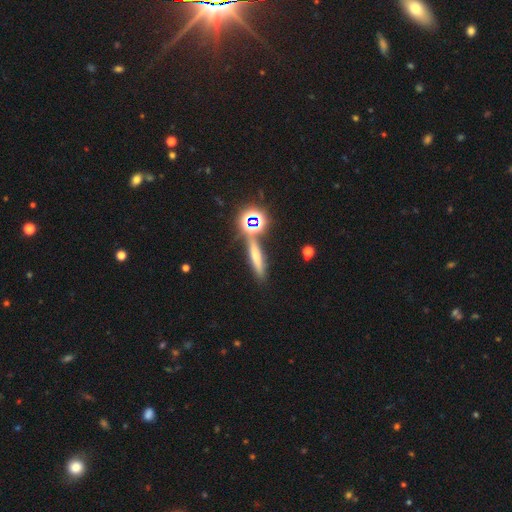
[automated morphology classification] Overall: smooth (50%; star or artifact 27%). How rounded: cigar-shaped (72%). Merging: none (76%).